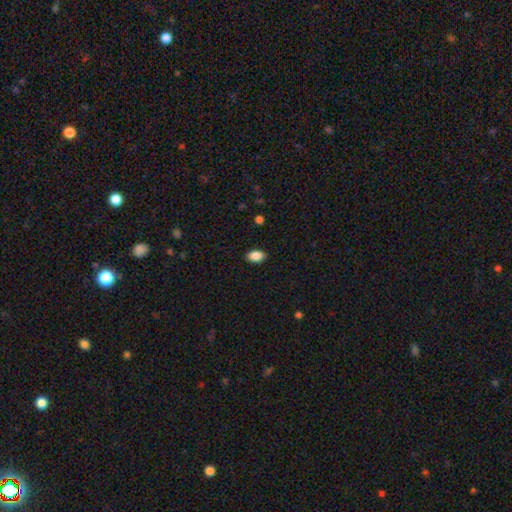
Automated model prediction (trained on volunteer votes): A smooth galaxy with no disk features (87%) that is in between round and cigar-shaped (90%).

Vote fractions:
- Smooth or featured? smooth: 87% / star or artifact: 8% / featured or disk: 5%
- How rounded? in between: 90% / round: 9% / cigar-shaped: 2%
- Merging? none: 89% / minor disturbance: 8% / major disturbance: 2% / merger: 1%